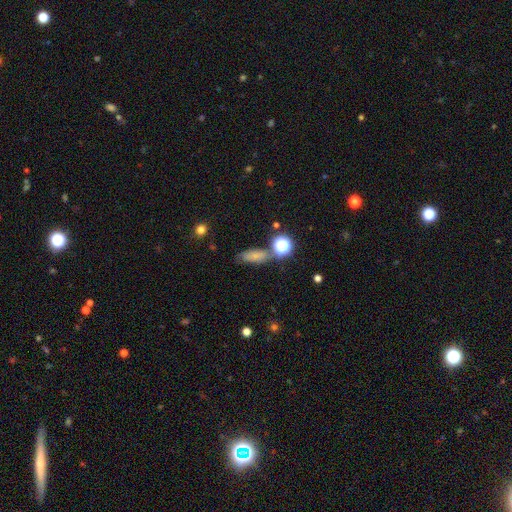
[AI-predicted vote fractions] A smooth galaxy with no disk features (68%) that is in between round and cigar-shaped (68%).

Vote fractions:
- Smooth or featured? smooth: 68% / star or artifact: 17% / featured or disk: 15%
- How rounded? in between: 68% / cigar-shaped: 20% / round: 12%
- Merging? none: 62% / minor disturbance: 20% / merger: 12% / major disturbance: 7%